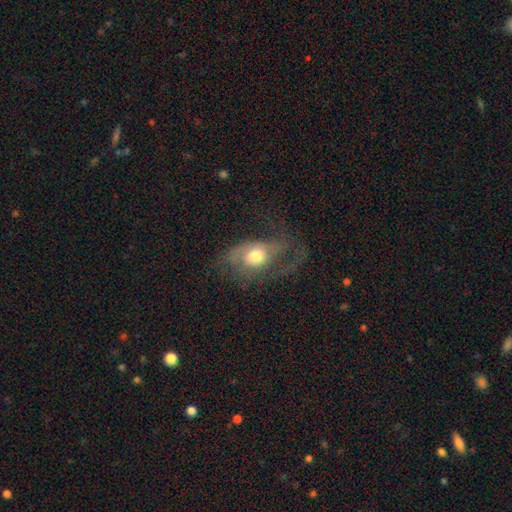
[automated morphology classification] Smooth or featured: featured or disk — 53% (smooth — 38%)
Edge-on disk: no — 93% (yes — 7%)
Merging: major disturbance — 47% (none — 31%)